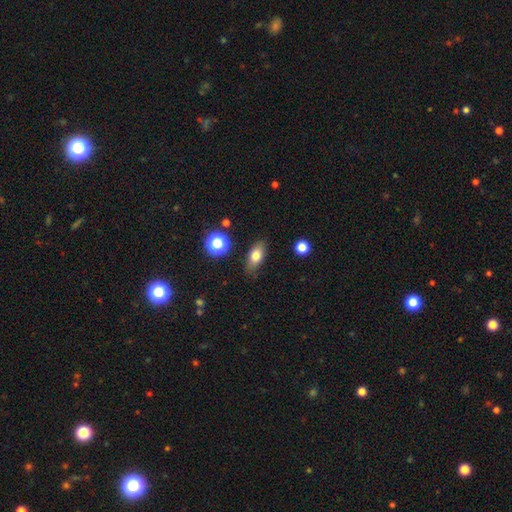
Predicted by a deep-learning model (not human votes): The model was most divided on "smooth or featured": smooth: 76%, featured or disk: 15%, star or artifact: 9%. More confident: merging — none (83%); how rounded — in between (79%).